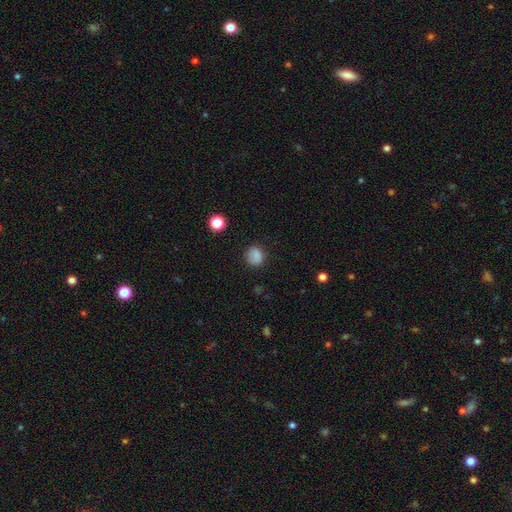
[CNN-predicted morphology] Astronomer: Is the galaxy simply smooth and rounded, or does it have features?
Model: smooth — 83%.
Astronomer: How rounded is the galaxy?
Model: round — 79%.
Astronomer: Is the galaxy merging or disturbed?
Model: none — 81%.